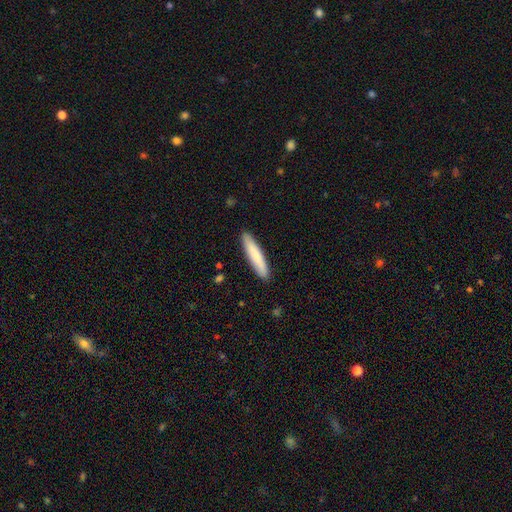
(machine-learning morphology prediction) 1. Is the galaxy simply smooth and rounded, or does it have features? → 80% smooth, 14% featured or disk, 5% star or artifact.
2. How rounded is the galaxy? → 90% cigar-shaped, 9% in between, 1% round.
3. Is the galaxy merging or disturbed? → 90% none, 7% minor disturbance, 1% major disturbance, 1% merger.